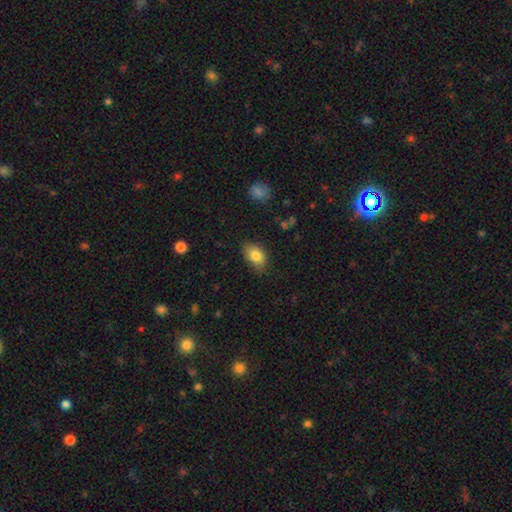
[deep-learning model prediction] A smooth galaxy with no disk features (83%) that is in between round and cigar-shaped (84%). Merging: none (77%).